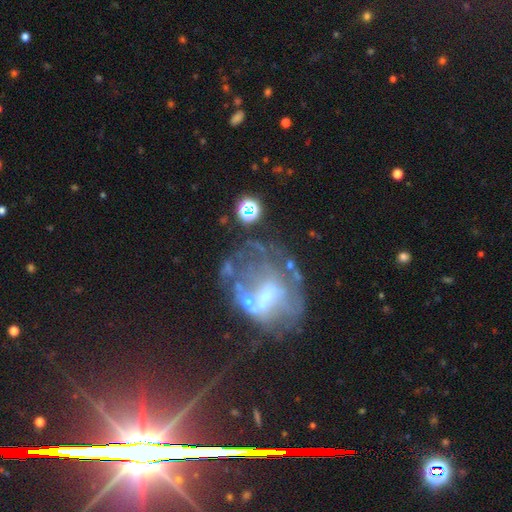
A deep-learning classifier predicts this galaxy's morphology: Smooth or featured?
  - featured or disk: 58% *
  - star or artifact: 29%
  - smooth: 13%
Edge-on disk?
  - no: 93% *
  - yes: 7%
Bar?
  - no: 43% *
  - weak: 37%
  - strong: 20%
Spiral arms?
  - yes: 67% *
  - no: 33%
Bulge size?
  - small: 45% *
  - moderate: 34%
  - none: 14%
  - large: 5%
  - dominant: 2%
Merging?
  - none: 53% *
  - major disturbance: 21%
  - minor disturbance: 18%
  - merger: 7%